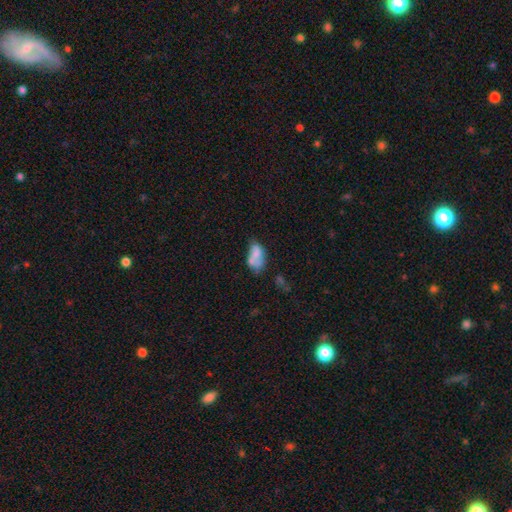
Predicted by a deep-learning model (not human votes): Overall: smooth (60%; featured or disk 31%). How rounded: in between (89%). Merging: merger (35%; none 27%).